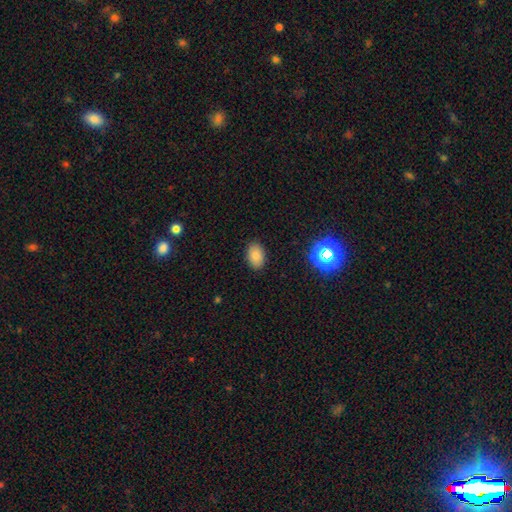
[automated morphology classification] type=smooth (83%); roundness=in between (87%); merging=none (88%).